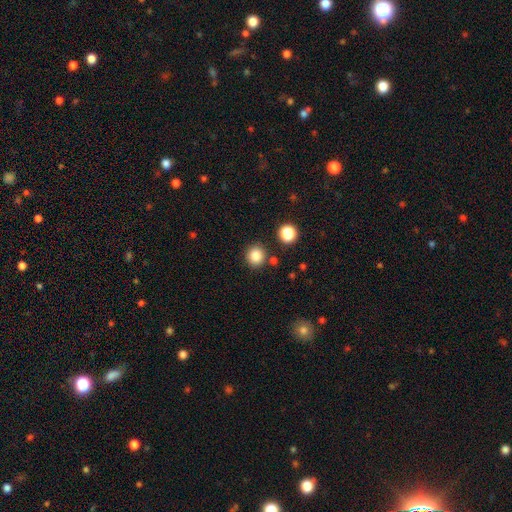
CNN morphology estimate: A smooth galaxy with no disk features (84%) that is round (89%).

Vote fractions:
- Smooth or featured? smooth: 84% / star or artifact: 11% / featured or disk: 4%
- How rounded? round: 89% / in between: 10% / cigar-shaped: 1%
- Merging? none: 84% / minor disturbance: 8% / merger: 6% / major disturbance: 3%